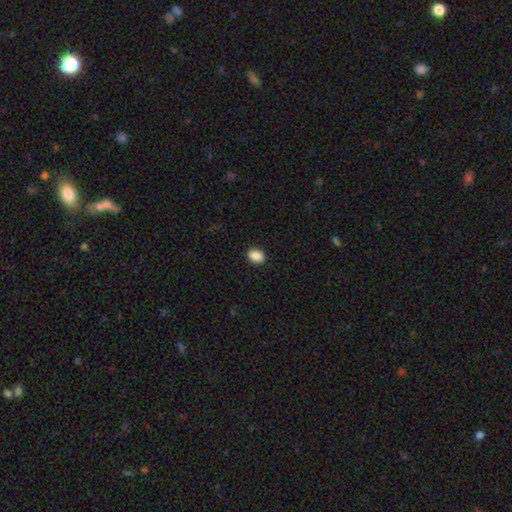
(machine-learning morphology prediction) Smooth or featured? smooth (88%)
How rounded? in between (78%)
Merging? none (90%)